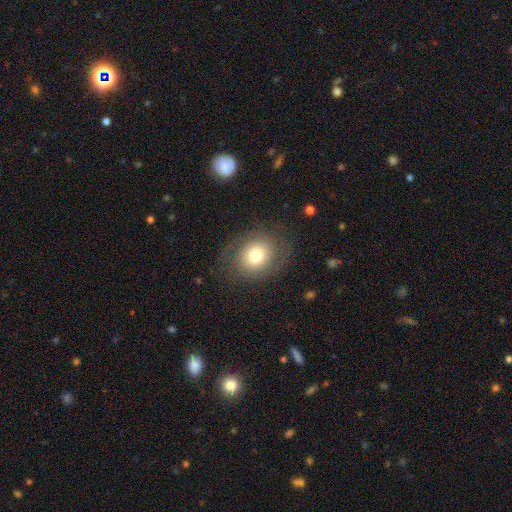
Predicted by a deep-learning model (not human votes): smooth_or_featured: smooth (p=0.63) [alt: featured or disk p=0.26]
how_rounded: round (p=0.59) [alt: in between p=0.40]
merging: none (p=0.77) [alt: minor disturbance p=0.13]